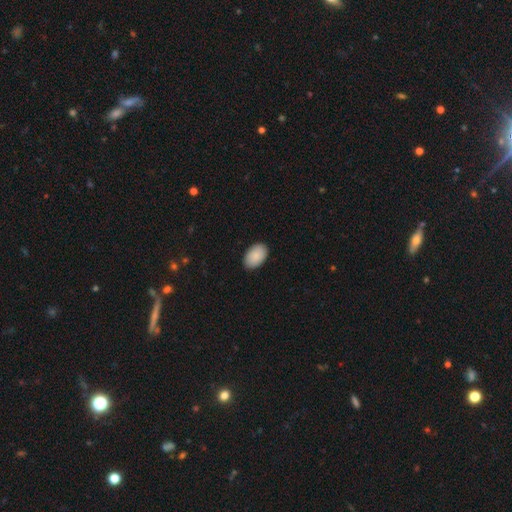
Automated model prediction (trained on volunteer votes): This appears to be a smooth galaxy with no disk features (90%) that is in between round and cigar-shaped (93%). Merging: none (89%).